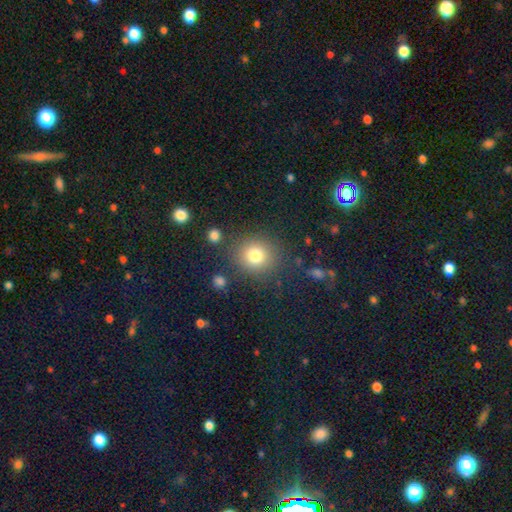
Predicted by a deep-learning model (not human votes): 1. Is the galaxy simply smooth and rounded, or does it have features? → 78% smooth, 15% star or artifact, 7% featured or disk.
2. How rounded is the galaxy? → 85% round, 14% in between, 1% cigar-shaped.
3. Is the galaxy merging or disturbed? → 85% none, 8% minor disturbance, 3% major disturbance, 3% merger.